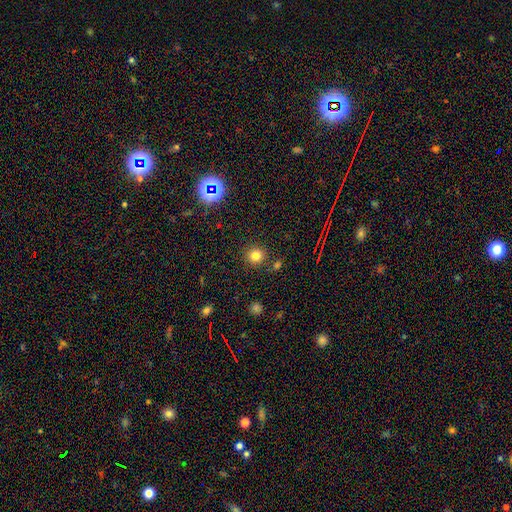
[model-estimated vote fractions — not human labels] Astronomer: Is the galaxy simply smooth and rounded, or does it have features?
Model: smooth — 78%.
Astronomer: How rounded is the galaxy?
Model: round — 93%.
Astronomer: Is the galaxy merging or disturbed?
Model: none — 87%.